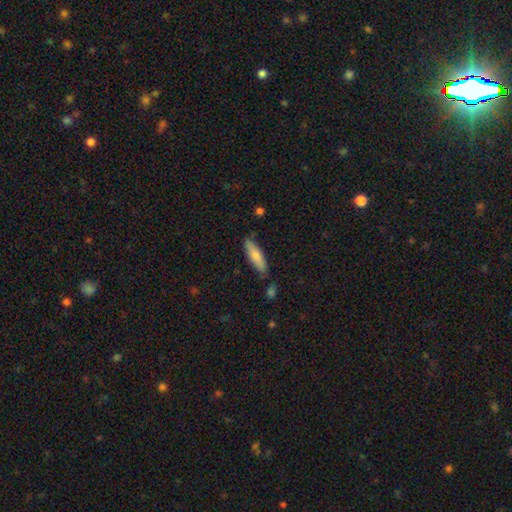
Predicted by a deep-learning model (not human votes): smooth 74%, featured or disk 20%, star or artifact 6%. Down the decision tree: how rounded — cigar-shaped (61%); merging — none (78%).